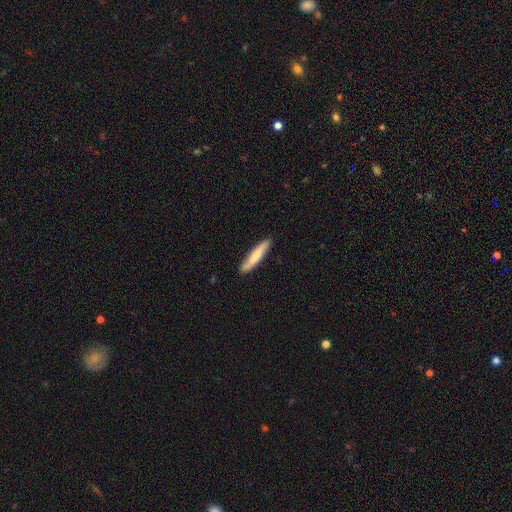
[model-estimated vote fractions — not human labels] Smooth or featured?
  - smooth: 68% *
  - featured or disk: 27%
  - star or artifact: 5%
How rounded?
  - cigar-shaped: 88% *
  - in between: 11%
  - round: 1%
Merging?
  - none: 85% *
  - minor disturbance: 12%
  - major disturbance: 2%
  - merger: 1%